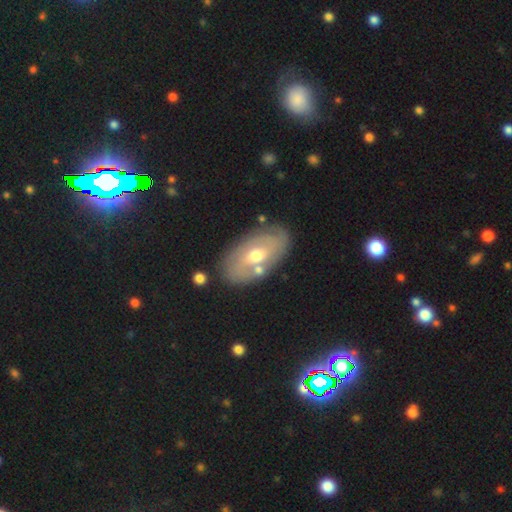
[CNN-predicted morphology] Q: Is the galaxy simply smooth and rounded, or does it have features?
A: featured or disk — 66%.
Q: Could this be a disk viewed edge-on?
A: no — 92%.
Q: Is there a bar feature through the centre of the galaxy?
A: no — 60%.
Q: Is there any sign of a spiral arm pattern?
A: yes — 65%.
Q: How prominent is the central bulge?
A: moderate — 70%.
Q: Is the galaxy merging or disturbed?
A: none — 77%.